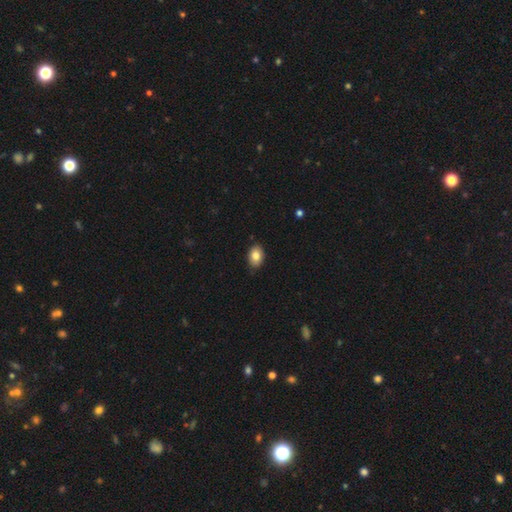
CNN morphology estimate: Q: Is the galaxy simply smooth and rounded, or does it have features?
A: smooth — 83%.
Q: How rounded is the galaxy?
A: in between — 83%.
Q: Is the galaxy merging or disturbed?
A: none — 85%.